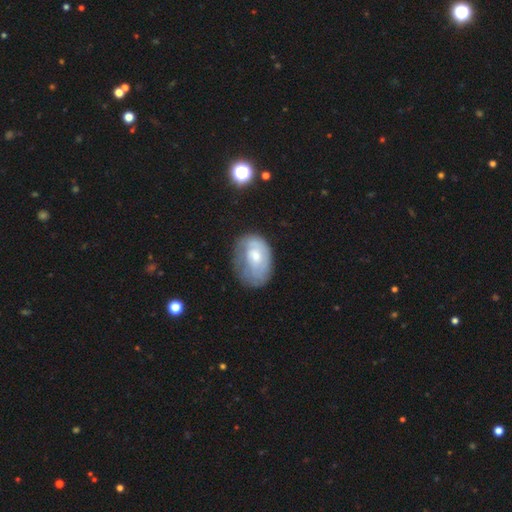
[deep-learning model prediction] Smooth or featured: featured or disk — 54% (smooth — 39%)
Edge-on disk: no — 96% (yes — 4%)
Bar: no — 71% (weak — 25%)
Spiral arms: yes — 70% (no — 30%)
Bulge size: small — 46% (moderate — 45%)
Merging: none — 55% (minor disturbance — 28%)